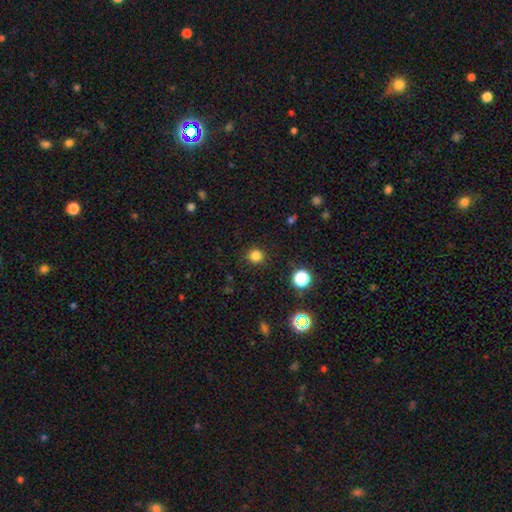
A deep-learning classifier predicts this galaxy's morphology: smooth-or-featured: smooth: 81% | star or artifact: 15% | featured or disk: 4%
  how-rounded: round: 92% | in between: 7% | cigar-shaped: 1%
  merging: none: 90% | minor disturbance: 6% | major disturbance: 2% | merger: 1%